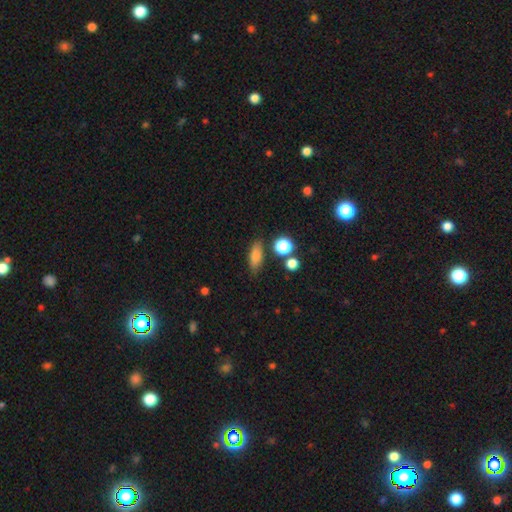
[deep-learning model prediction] smooth_or_featured: smooth (p=0.79) [alt: featured or disk p=0.11]
how_rounded: in between (p=0.64) [alt: cigar-shaped p=0.27]
merging: none (p=0.79) [alt: minor disturbance p=0.12]